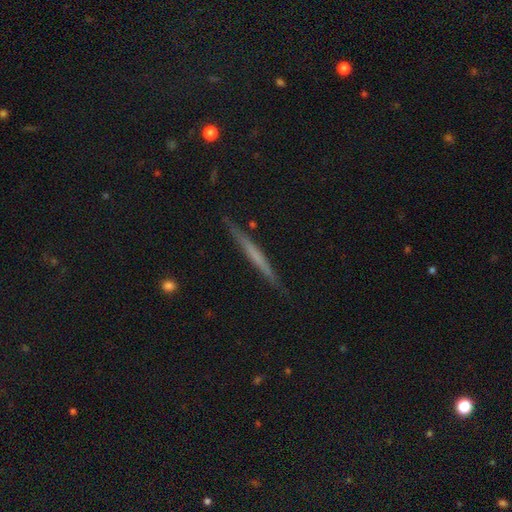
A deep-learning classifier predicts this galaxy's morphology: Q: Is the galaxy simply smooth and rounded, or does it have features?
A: featured or disk — 53%.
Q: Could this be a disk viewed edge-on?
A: yes — 97%.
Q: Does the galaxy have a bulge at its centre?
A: none — 84%.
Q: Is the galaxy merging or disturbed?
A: none — 88%.